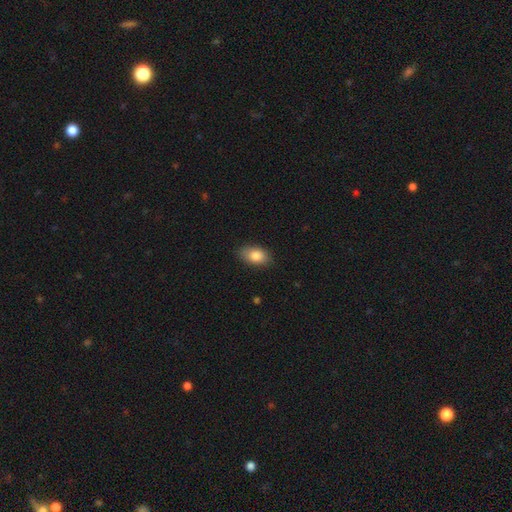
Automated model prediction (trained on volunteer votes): This appears to be a smooth galaxy with no disk features (84%) that is in between round and cigar-shaped (90%). Merging: none (84%).